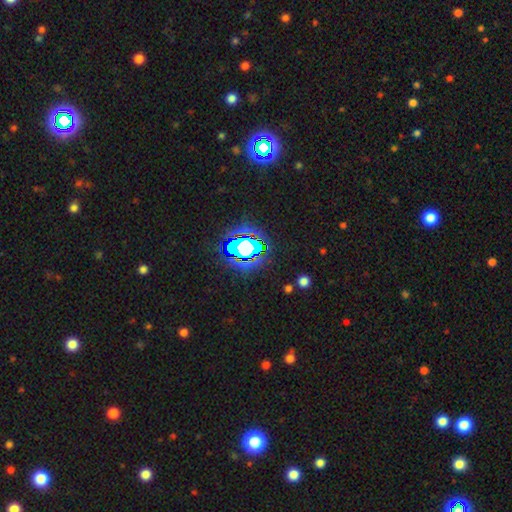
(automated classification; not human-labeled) smooth-or-featured: star or artifact: 79% | smooth: 12% | featured or disk: 8%